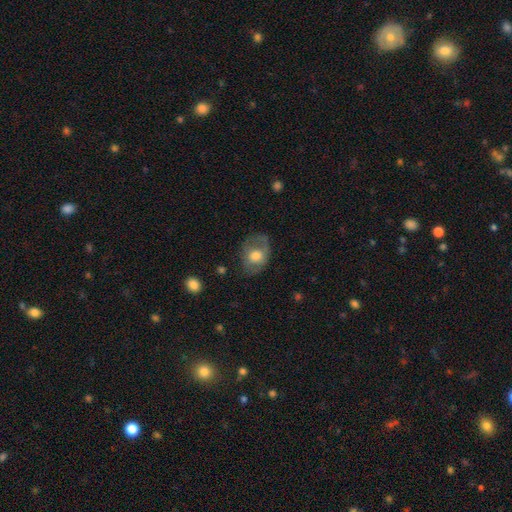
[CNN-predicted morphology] smooth_or_featured: smooth (p=0.57) [alt: featured or disk p=0.36]
how_rounded: in between (p=0.65) [alt: round p=0.34]
merging: none (p=0.62) [alt: minor disturbance p=0.23]